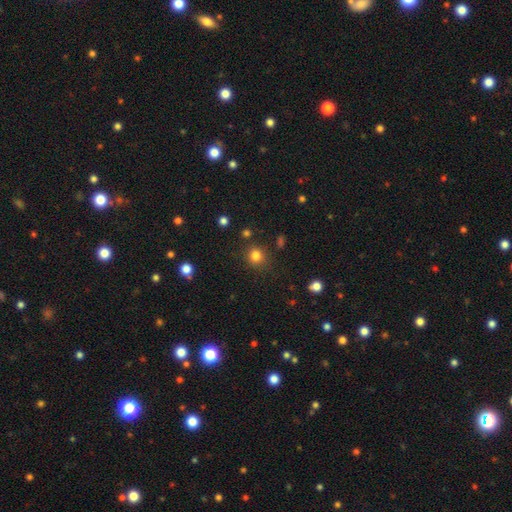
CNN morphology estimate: type=smooth (81%); roundness=round (87%); merging=none (84%).